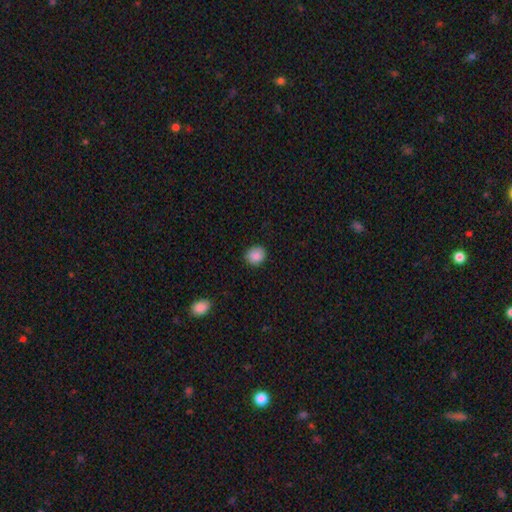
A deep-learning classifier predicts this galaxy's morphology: This is clearly a smooth galaxy (88%). How rounded: likely round (80%). Merging: clearly none (88%).